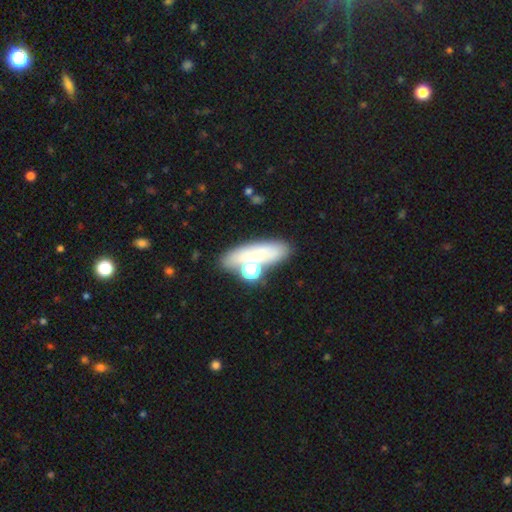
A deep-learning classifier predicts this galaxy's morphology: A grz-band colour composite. It shows a smooth galaxy with no disk features (64%) that is in between round and cigar-shaped (56%). Merging: none (60%).